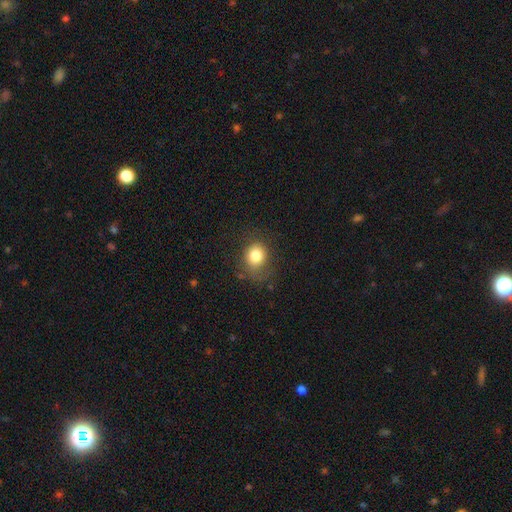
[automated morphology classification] The model was most divided on "how rounded": round: 66%, in between: 34%, cigar-shaped: 1%. More confident: smooth or featured — smooth (80%); merging — none (64%).